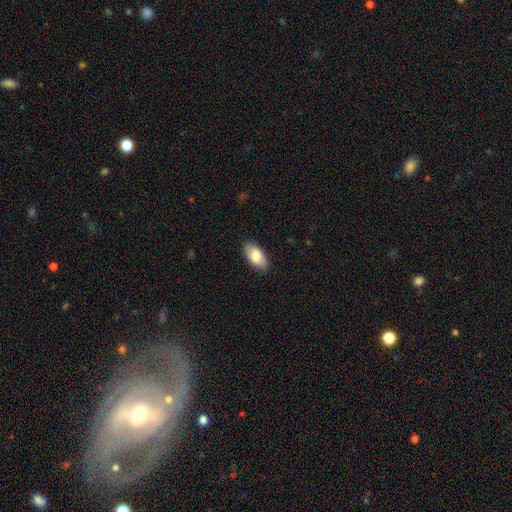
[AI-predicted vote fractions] smooth_or_featured: smooth (p=0.83) [alt: featured or disk p=0.11]
how_rounded: in between (p=0.92) [alt: cigar-shaped p=0.05]
merging: none (p=0.87) [alt: minor disturbance p=0.10]